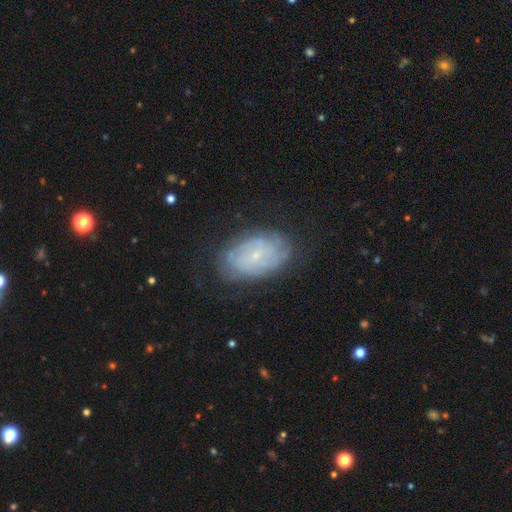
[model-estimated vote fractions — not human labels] Smooth or featured: featured or disk — 64% (smooth — 28%)
Edge-on disk: no — 95% (yes — 5%)
Bar: no — 74% (weak — 22%)
Spiral arms: yes — 79% (no — 21%)
Bulge size: small — 82% (moderate — 13%)
Merging: none — 74% (minor disturbance — 18%)